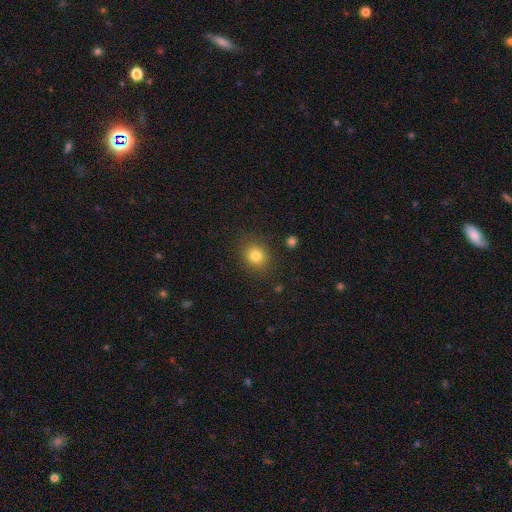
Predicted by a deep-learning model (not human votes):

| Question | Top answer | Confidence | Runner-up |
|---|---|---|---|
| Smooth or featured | smooth | 81% | star or artifact (12%) |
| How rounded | round | 71% | in between (28%) |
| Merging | none | 86% | minor disturbance (9%) |